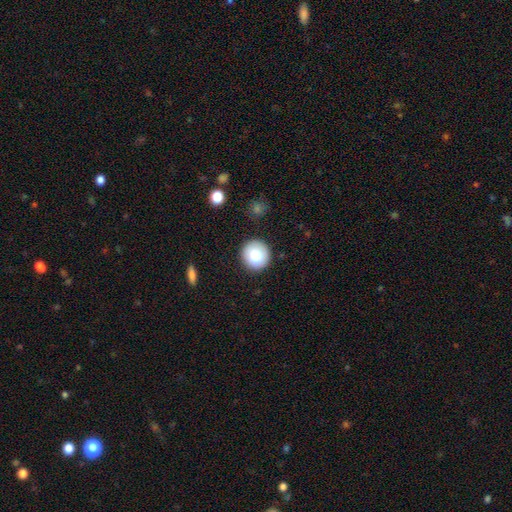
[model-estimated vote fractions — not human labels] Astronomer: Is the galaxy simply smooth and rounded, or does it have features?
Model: smooth — 81%.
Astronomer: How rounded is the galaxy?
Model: round — 93%.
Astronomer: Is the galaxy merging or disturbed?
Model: none — 89%.